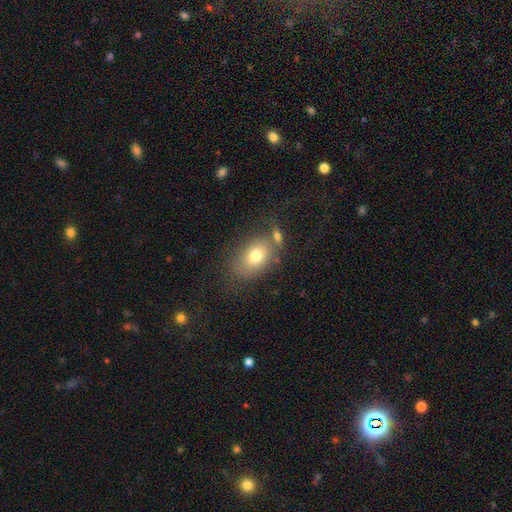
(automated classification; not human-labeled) A smooth galaxy with no disk features (74%) that is in between round and cigar-shaped (81%).

Vote fractions:
- Smooth or featured? smooth: 74% / featured or disk: 16% / star or artifact: 9%
- How rounded? in between: 81% / round: 18% / cigar-shaped: 1%
- Merging? none: 61% / minor disturbance: 17% / merger: 14% / major disturbance: 8%